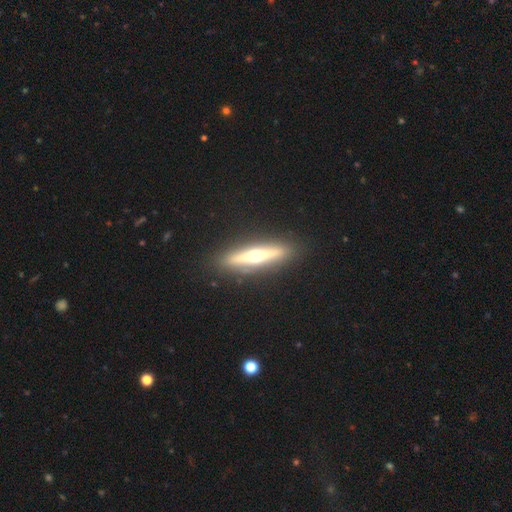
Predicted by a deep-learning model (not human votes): Q: Smooth or featured?
A: featured or disk (69%); runner-up: smooth (25%)
Q: Edge-on disk?
A: yes (95%); runner-up: no (5%)
Q: Edge-on bulge?
A: rounded (95%); runner-up: none (3%)
Q: Merging?
A: none (90%); runner-up: minor disturbance (7%)